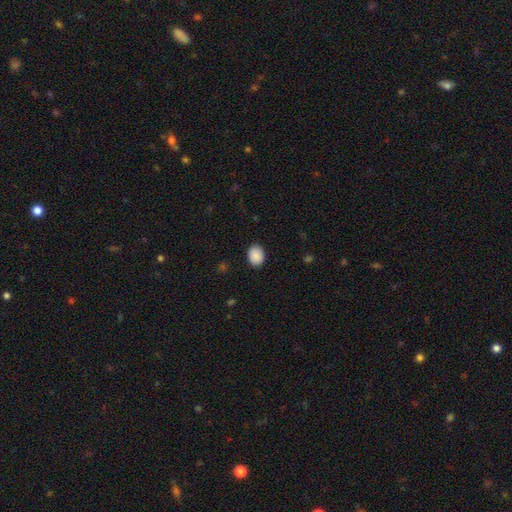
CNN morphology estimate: The model was most divided on "how rounded": in between: 61%, round: 39%, cigar-shaped: 1%. More confident: smooth or featured — smooth (90%); merging — none (88%).